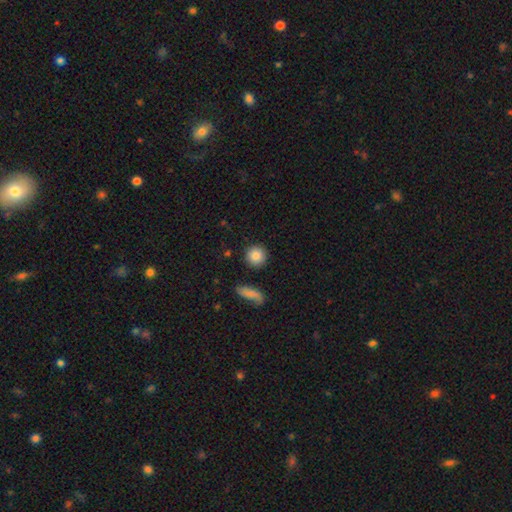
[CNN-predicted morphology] A smooth galaxy with no disk features (85%) that is round (91%). Merging: none (88%).